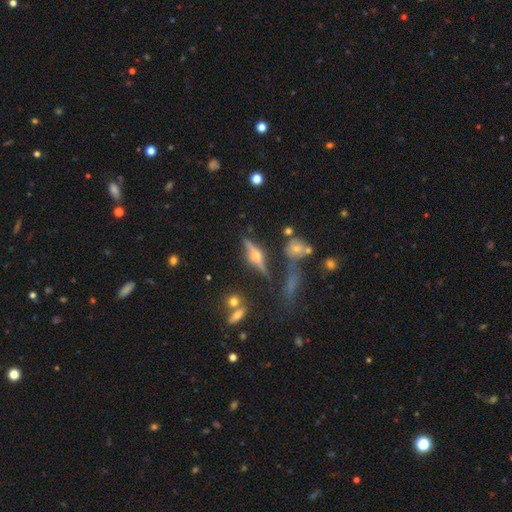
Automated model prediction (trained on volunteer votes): Smooth or featured? featured or disk (74%)
Edge-on disk? yes (94%)
Edge-on bulge? rounded (95%)
Merging? none (79%)